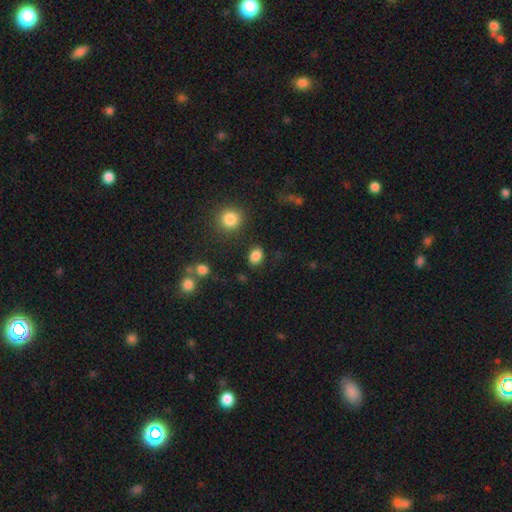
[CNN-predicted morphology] Overall: smooth (85%). How rounded: in between (66%; round 33%). Merging: none (83%).